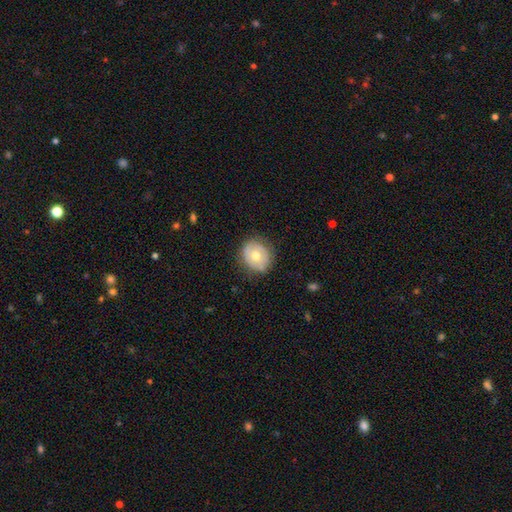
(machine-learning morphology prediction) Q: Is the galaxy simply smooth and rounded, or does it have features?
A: smooth — 49%.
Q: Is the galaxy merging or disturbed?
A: none — 78%.